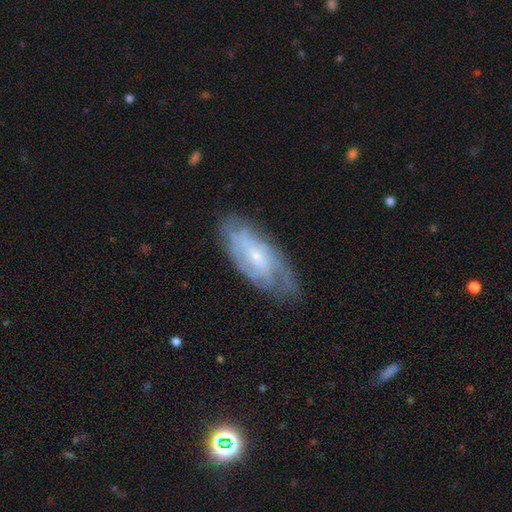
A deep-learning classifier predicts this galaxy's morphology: Q: Smooth or featured?
A: featured or disk (75%); runner-up: smooth (19%)
Q: Edge-on disk?
A: no (90%); runner-up: yes (10%)
Q: Bar?
A: no (62%); runner-up: weak (31%)
Q: Spiral arms?
A: yes (88%); runner-up: no (12%)
Q: Spiral winding?
A: tight (58%); runner-up: medium (32%)
Q: Spiral arm count?
A: can't tell (52%); runner-up: 2 (18%)
Q: Bulge size?
A: small (71%); runner-up: moderate (23%)
Q: Merging?
A: none (69%); runner-up: minor disturbance (22%)